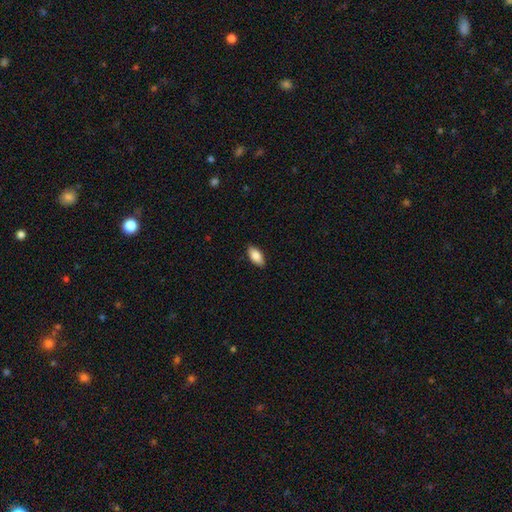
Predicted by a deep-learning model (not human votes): The model was most divided on "smooth or featured": smooth: 85%, featured or disk: 9%, star or artifact: 6%. More confident: how rounded — in between (91%); merging — none (88%).